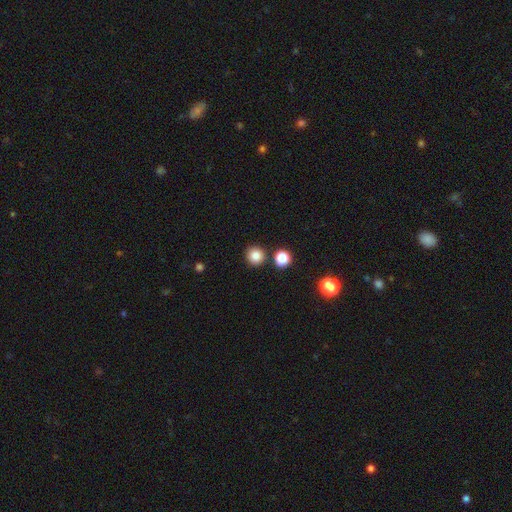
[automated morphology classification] Smooth or featured?
  - smooth: 84% *
  - star or artifact: 12%
  - featured or disk: 4%
How rounded?
  - round: 94% *
  - in between: 5%
  - cigar-shaped: 1%
Merging?
  - none: 86% *
  - merger: 6%
  - minor disturbance: 6%
  - major disturbance: 2%